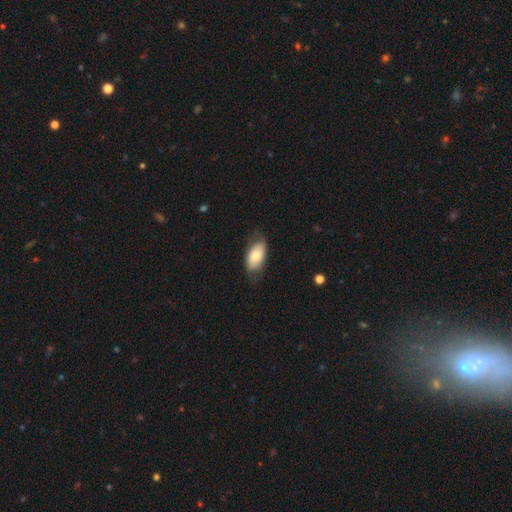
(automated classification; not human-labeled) Smooth or featured: smooth — 73% (featured or disk — 21%)
How rounded: in between — 93% (round — 4%)
Merging: none — 71% (minor disturbance — 22%)